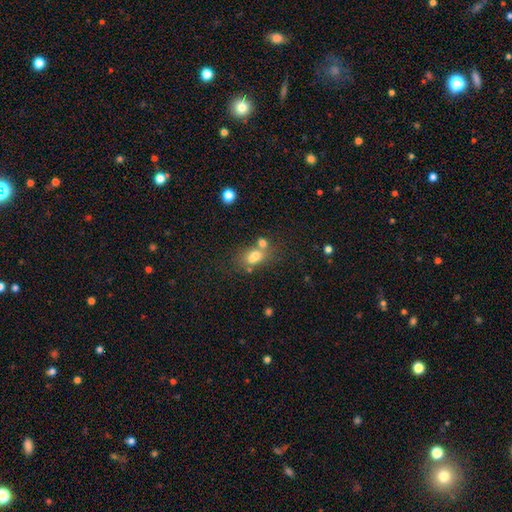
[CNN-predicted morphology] This is likely a smooth galaxy (68%). How rounded: likely in between (66%). Merging: possibly merger (48%).